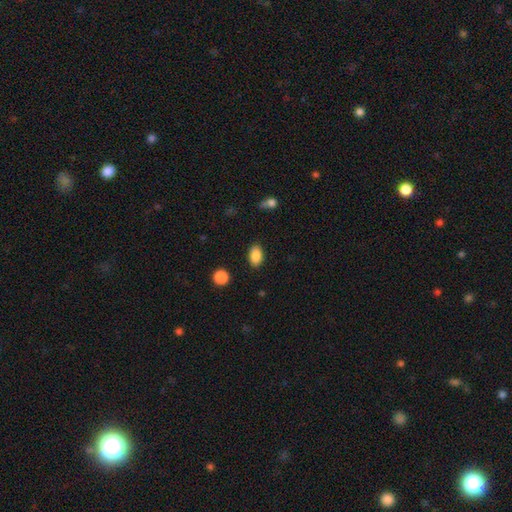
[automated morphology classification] This appears to be a smooth galaxy with no disk features (87%) that is in between round and cigar-shaped (86%). Merging: none (87%).